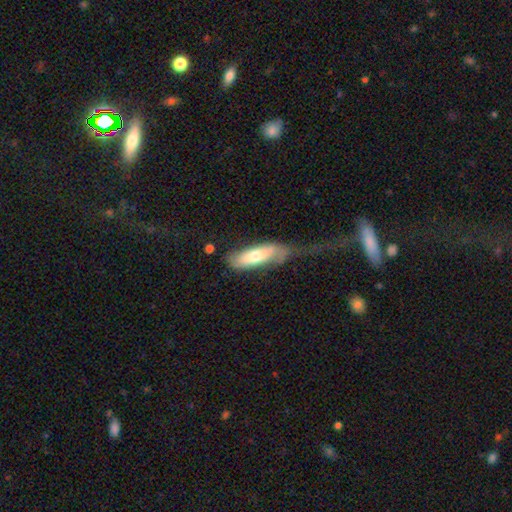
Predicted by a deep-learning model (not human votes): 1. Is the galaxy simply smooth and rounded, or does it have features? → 66% smooth, 28% featured or disk, 6% star or artifact.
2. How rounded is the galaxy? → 58% in between, 40% cigar-shaped, 2% round.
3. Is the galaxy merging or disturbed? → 37% major disturbance, 29% none, 28% minor disturbance, 7% merger.